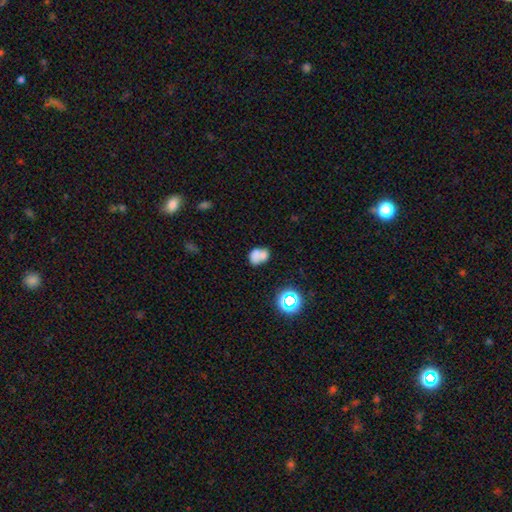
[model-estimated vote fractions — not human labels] Q: Smooth or featured?
A: smooth (66%); runner-up: featured or disk (21%)
Q: How rounded?
A: in between (60%); runner-up: round (38%)
Q: Merging?
A: merger (44%); runner-up: none (33%)